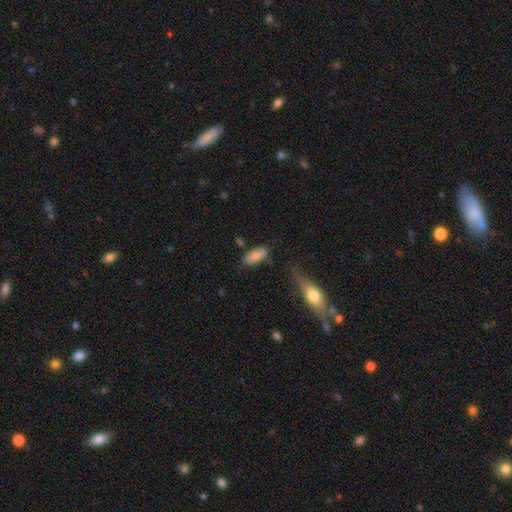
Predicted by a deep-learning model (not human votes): Q: Smooth or featured?
A: smooth (83%); runner-up: featured or disk (10%)
Q: How rounded?
A: in between (90%); runner-up: cigar-shaped (8%)
Q: Merging?
A: none (70%); runner-up: minor disturbance (19%)